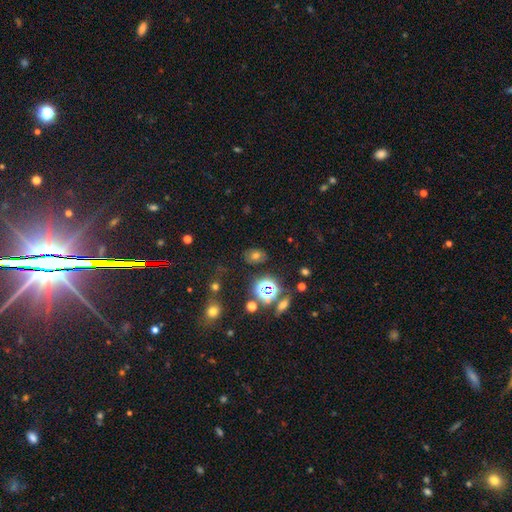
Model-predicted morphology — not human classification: A smooth galaxy with no disk features (54%) that is in between round and cigar-shaped (65%). Merging: none (80%).